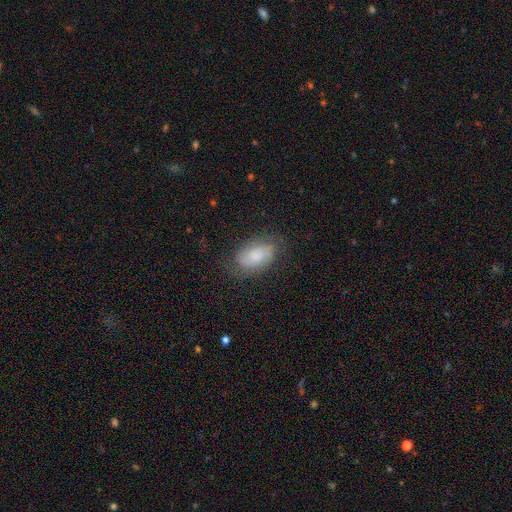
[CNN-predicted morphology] A smooth galaxy with no disk features (52%) that is in between round and cigar-shaped (91%). Merging: none (70%).